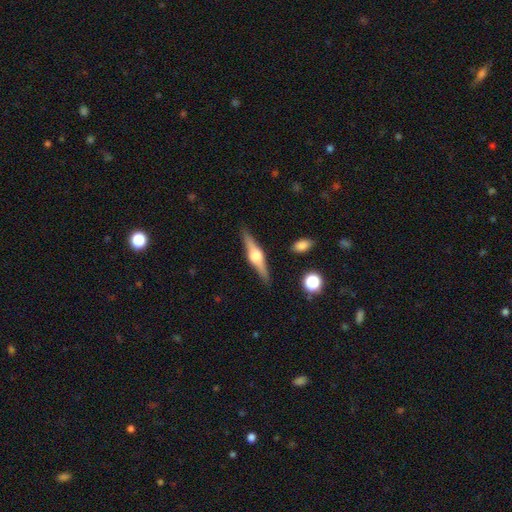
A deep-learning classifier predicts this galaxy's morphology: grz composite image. It shows a featured or disk galaxy (77%) viewed edge-on (98%) with a rounded central bulge (92%). Merging: none (89%).